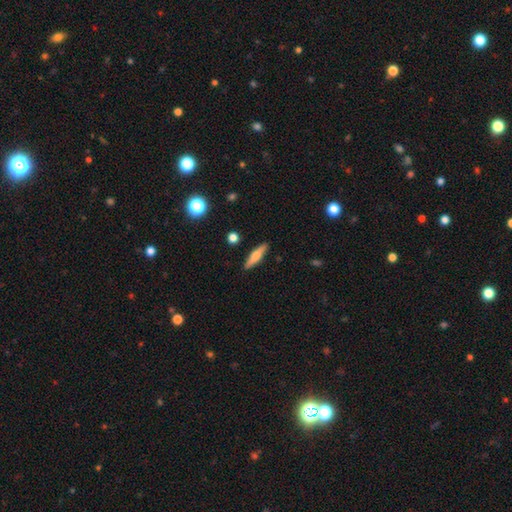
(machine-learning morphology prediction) This is possibly a smooth galaxy (55%). How rounded: likely cigar-shaped (77%). Merging: clearly none (89%).